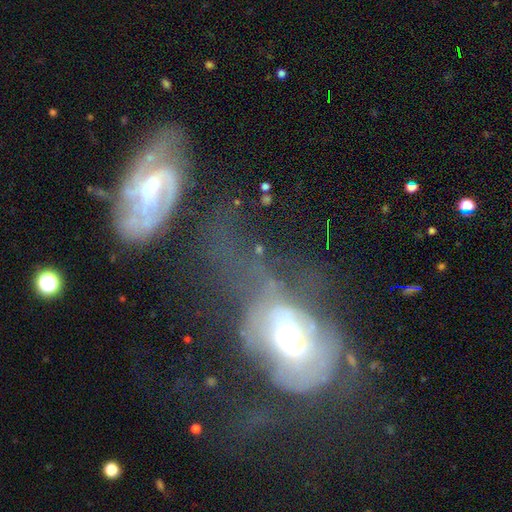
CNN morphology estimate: A featured or disk galaxy (63%) with no bar (54%), spiral arms (62%) and a moderate central bulge (51%). Merging: major disturbance (45%).